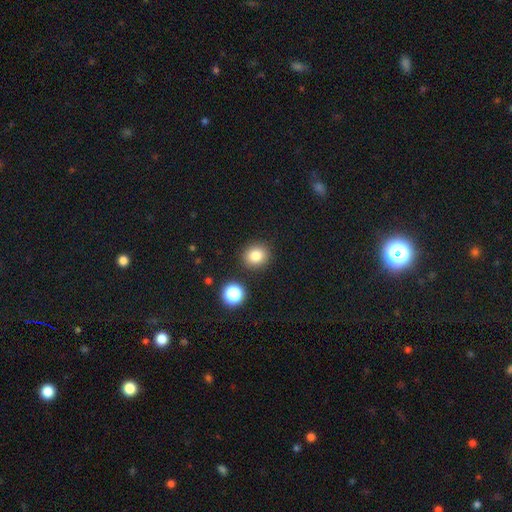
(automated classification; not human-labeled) smooth-or-featured: smooth: 82% | star or artifact: 12% | featured or disk: 6%
  how-rounded: round: 82% | in between: 17% | cigar-shaped: 1%
  merging: none: 87% | minor disturbance: 7% | merger: 4% | major disturbance: 2%